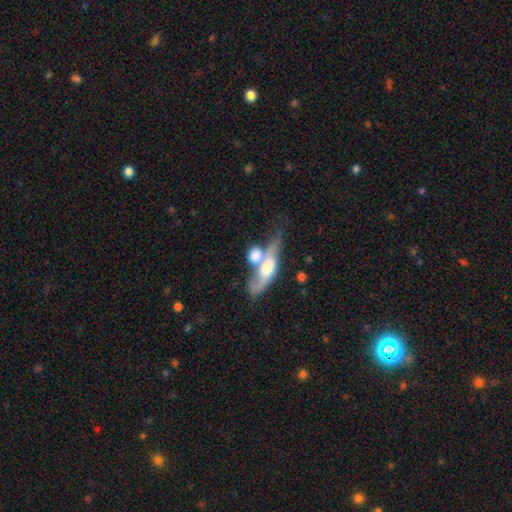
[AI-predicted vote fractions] This is possibly a featured or disk galaxy (47%). Merging: possibly merger (59%).